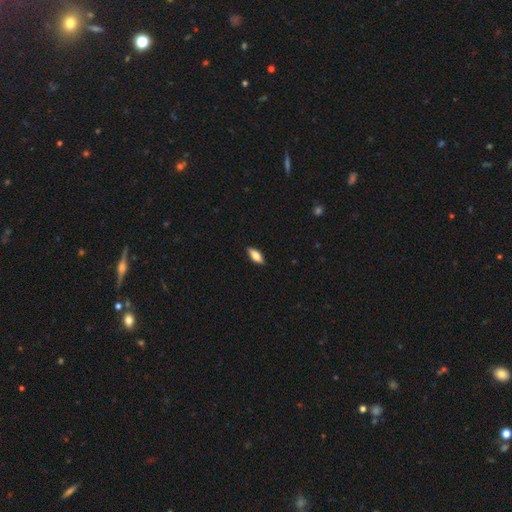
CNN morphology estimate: Smooth or featured? smooth (66%)
How rounded? in between (72%)
Merging? none (89%)